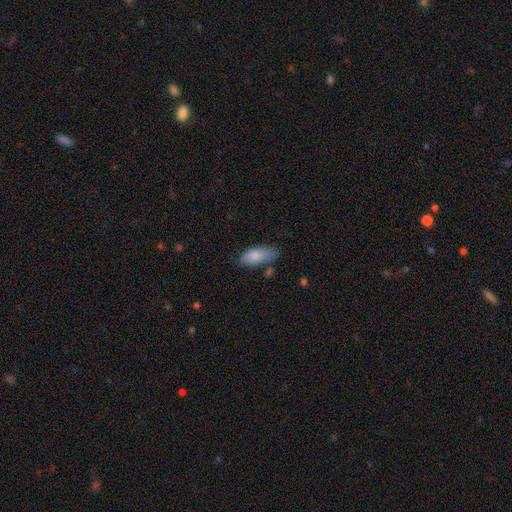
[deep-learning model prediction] smooth-or-featured: smooth: 82% | featured or disk: 11% | star or artifact: 7%
  how-rounded: in between: 86% | cigar-shaped: 12% | round: 2%
  merging: none: 61% | minor disturbance: 27% | major disturbance: 6% | merger: 6%